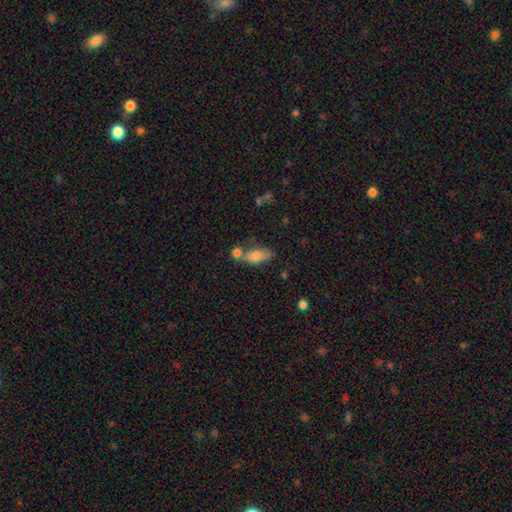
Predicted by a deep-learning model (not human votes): smooth_or_featured: smooth (p=0.77) [alt: featured or disk p=0.15]
how_rounded: in between (p=0.74) [alt: cigar-shaped p=0.22]
merging: none (p=0.48) [alt: merger p=0.27]